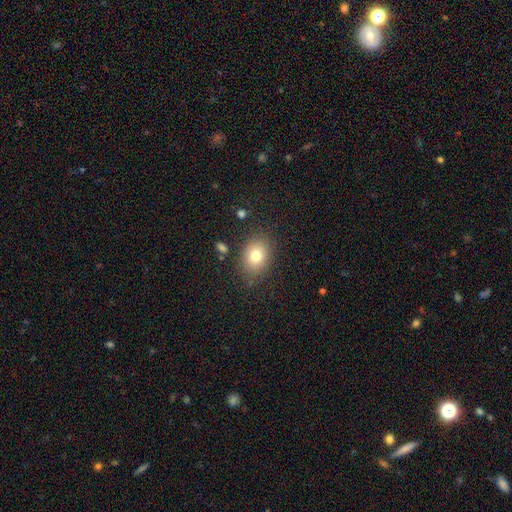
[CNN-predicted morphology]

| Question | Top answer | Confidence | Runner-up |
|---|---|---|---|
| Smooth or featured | smooth | 78% | featured or disk (11%) |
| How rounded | in between | 62% | round (37%) |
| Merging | none | 84% | minor disturbance (11%) |